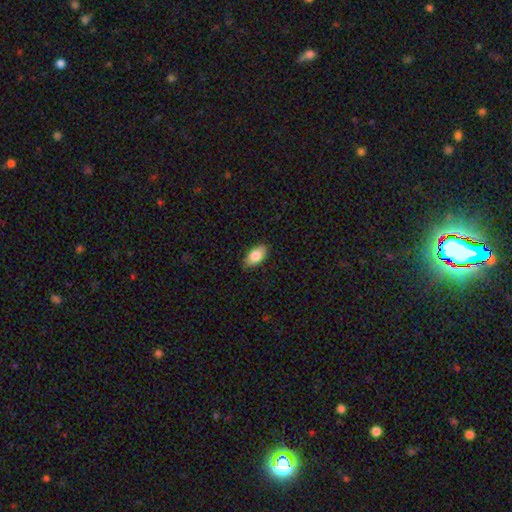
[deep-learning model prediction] This is clearly a smooth galaxy (83%). How rounded: clearly in between (93%). Merging: clearly none (86%).